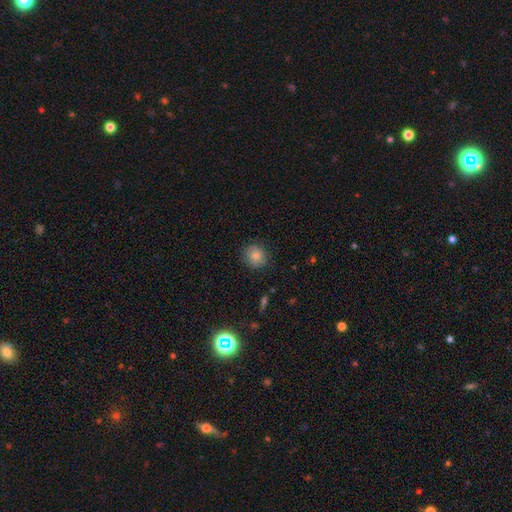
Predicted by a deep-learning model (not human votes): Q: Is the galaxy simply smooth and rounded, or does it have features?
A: smooth — 84%.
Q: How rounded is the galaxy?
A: round — 83%.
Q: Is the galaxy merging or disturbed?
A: none — 83%.